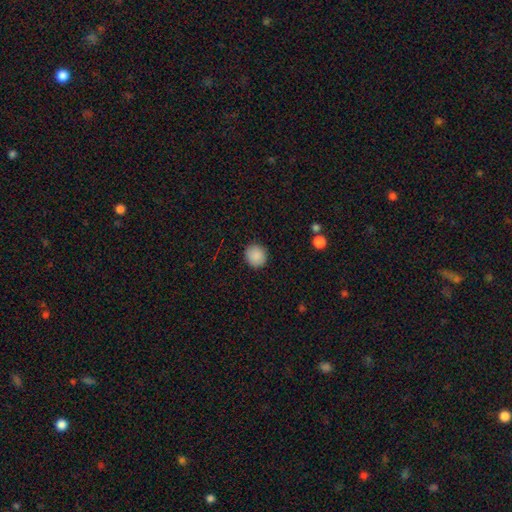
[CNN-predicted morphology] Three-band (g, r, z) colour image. It shows a smooth galaxy with no disk features (89%) that is round (90%). Merging: none (91%).